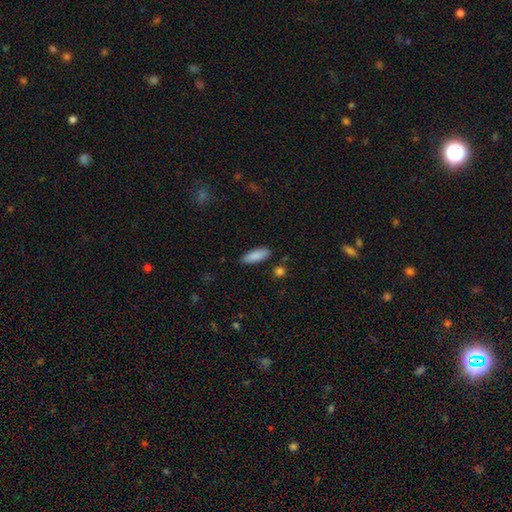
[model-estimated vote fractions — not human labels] Q: Smooth or featured?
A: smooth (88%); runner-up: star or artifact (6%)
Q: How rounded?
A: in between (64%); runner-up: cigar-shaped (34%)
Q: Merging?
A: none (86%); runner-up: minor disturbance (10%)